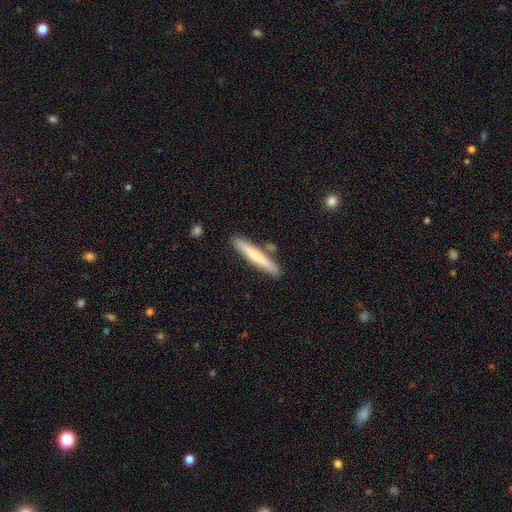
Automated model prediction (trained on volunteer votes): A smooth galaxy with no disk features (68%) that is cigar-shaped (94%).

Vote fractions:
- Smooth or featured? smooth: 68% / featured or disk: 27% / star or artifact: 5%
- How rounded? cigar-shaped: 94% / in between: 4% / round: 1%
- Merging? none: 83% / minor disturbance: 10% / merger: 5% / major disturbance: 2%